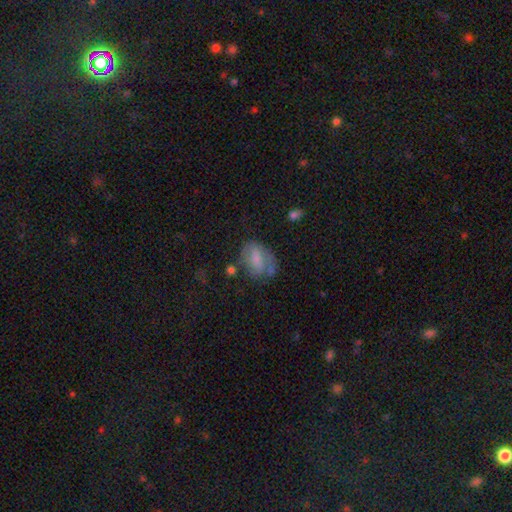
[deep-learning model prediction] Smooth or featured?
  - smooth: 57% *
  - featured or disk: 31%
  - star or artifact: 12%
How rounded?
  - in between: 80% *
  - round: 18%
  - cigar-shaped: 3%
Merging?
  - none: 52% *
  - minor disturbance: 26%
  - major disturbance: 15%
  - merger: 6%